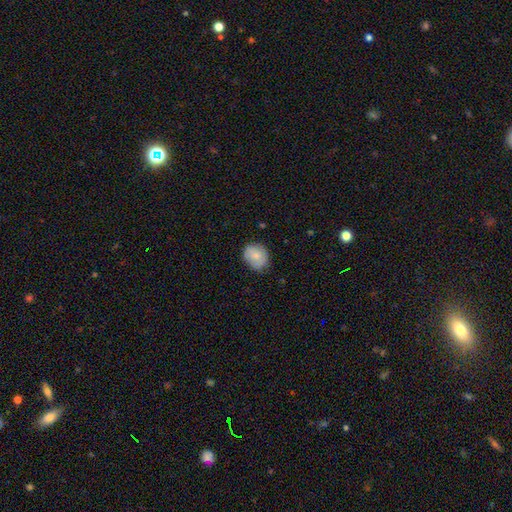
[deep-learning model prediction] Q: Smooth or featured?
A: smooth (81%); runner-up: featured or disk (12%)
Q: How rounded?
A: round (57%); runner-up: in between (42%)
Q: Merging?
A: none (72%); runner-up: minor disturbance (22%)